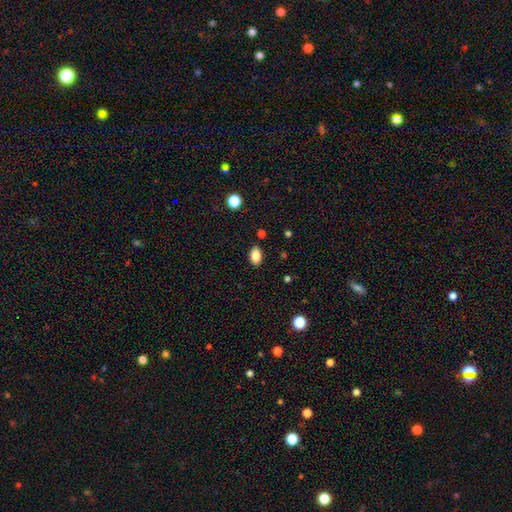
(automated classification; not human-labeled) smooth 87%, star or artifact 9%, featured or disk 5%. Down the decision tree: how rounded — in between (89%); merging — none (86%).